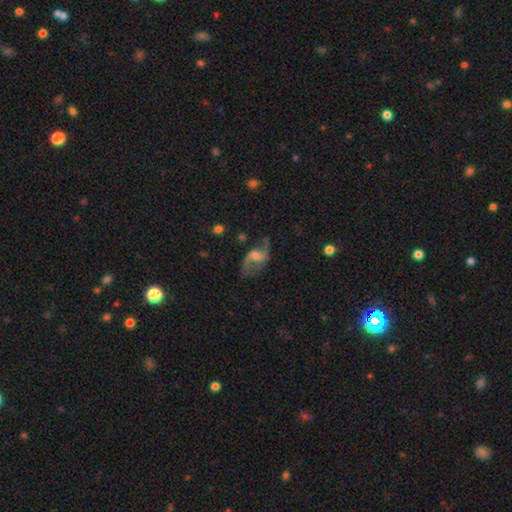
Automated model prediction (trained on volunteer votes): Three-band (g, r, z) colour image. It shows a featured or disk galaxy (78%) with a weak bar (46%), 2 (89%) loose (71%) spiral arms (91%) and a moderate central bulge (40%). Merging: none (63%).